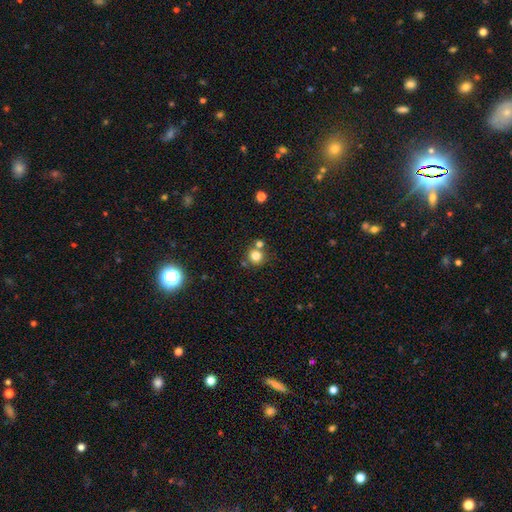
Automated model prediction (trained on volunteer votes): smooth_or_featured: smooth (p=0.79) [alt: star or artifact p=0.13]
how_rounded: round (p=0.91) [alt: in between p=0.09]
merging: none (p=0.67) [alt: merger p=0.22]